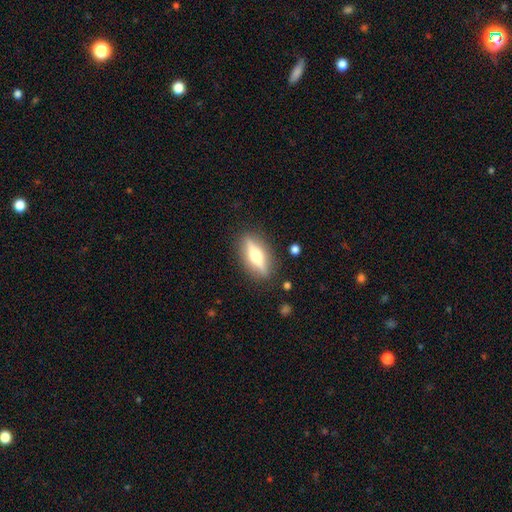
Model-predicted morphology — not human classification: Smooth or featured? featured or disk (63%)
Edge-on disk? yes (89%)
Edge-on bulge? rounded (95%)
Merging? none (86%)